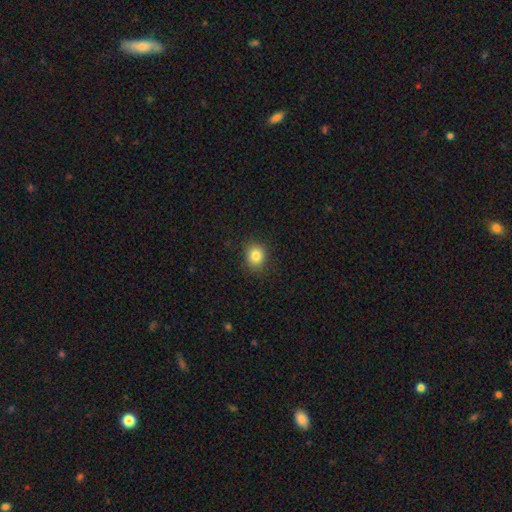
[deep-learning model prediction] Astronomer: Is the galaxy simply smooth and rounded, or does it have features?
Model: smooth — 84%.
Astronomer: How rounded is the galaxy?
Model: round — 77%.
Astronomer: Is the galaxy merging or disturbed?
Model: none — 88%.